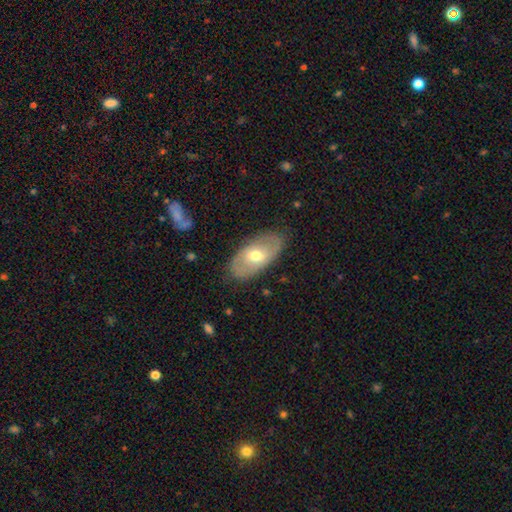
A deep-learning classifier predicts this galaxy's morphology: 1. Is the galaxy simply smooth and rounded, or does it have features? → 51% featured or disk, 43% smooth, 6% star or artifact.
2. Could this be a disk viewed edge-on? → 87% no, 13% yes.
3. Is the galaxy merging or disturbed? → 81% none, 14% minor disturbance, 4% major disturbance, 1% merger.